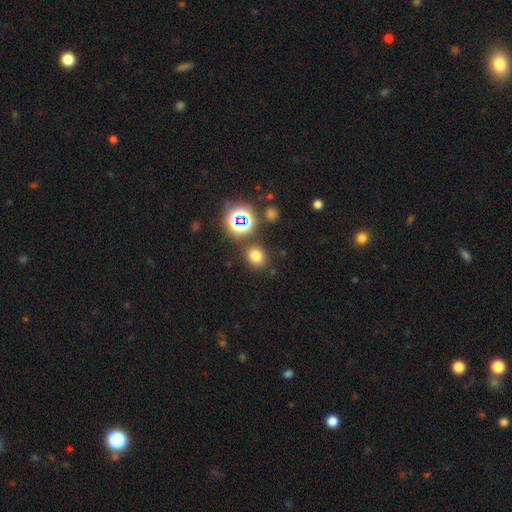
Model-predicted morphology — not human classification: Q: Smooth or featured?
A: smooth (71%); runner-up: star or artifact (22%)
Q: How rounded?
A: round (65%); runner-up: in between (34%)
Q: Merging?
A: none (81%); runner-up: minor disturbance (9%)